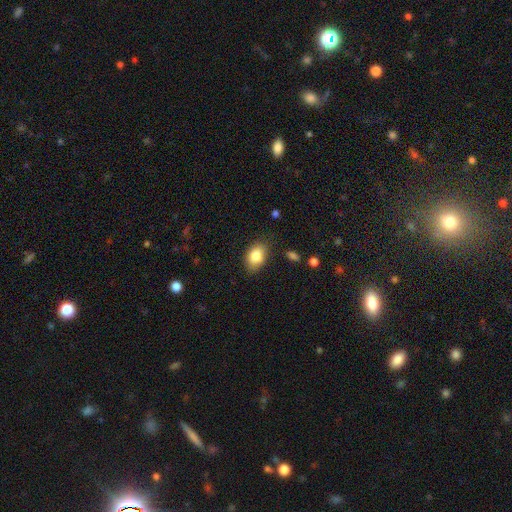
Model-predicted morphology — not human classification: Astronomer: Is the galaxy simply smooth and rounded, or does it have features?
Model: smooth — 84%.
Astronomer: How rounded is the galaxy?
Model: in between — 81%.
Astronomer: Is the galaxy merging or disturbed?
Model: none — 77%.